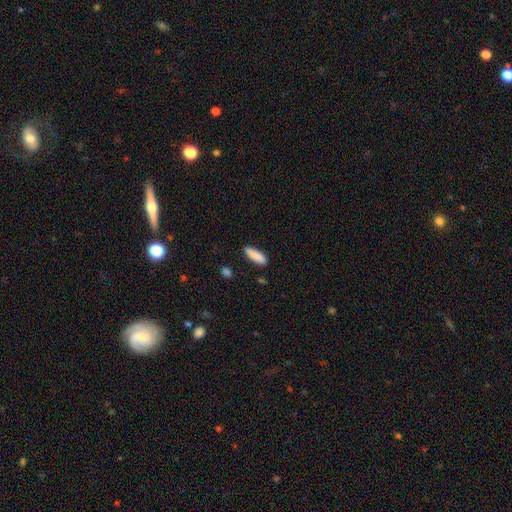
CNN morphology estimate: type=smooth (88%); roundness=cigar-shaped (55%); merging=none (83%).